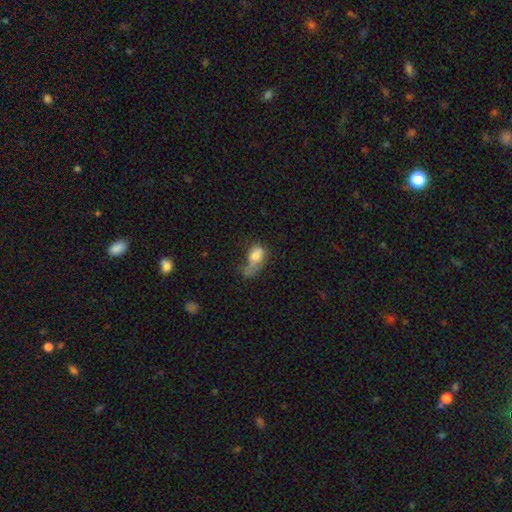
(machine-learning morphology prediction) Smooth or featured: smooth — 67% (featured or disk — 23%)
How rounded: in between — 82% (round — 13%)
Merging: major disturbance — 52% (minor disturbance — 20%)